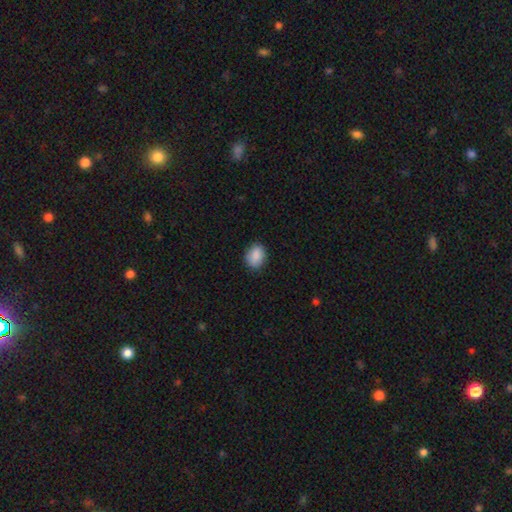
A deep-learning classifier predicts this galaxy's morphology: The model was most divided on "how rounded": in between: 66%, round: 33%, cigar-shaped: 1%. More confident: smooth or featured — smooth (89%); merging — none (85%).